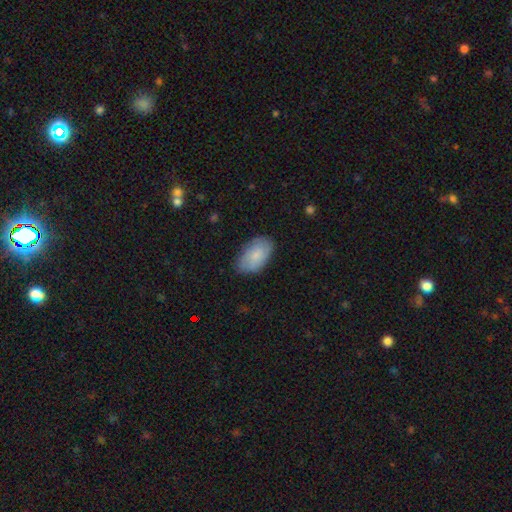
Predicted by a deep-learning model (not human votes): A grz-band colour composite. It shows a smooth galaxy with no disk features (73%) that is in between round and cigar-shaped (94%). Merging: none (77%).